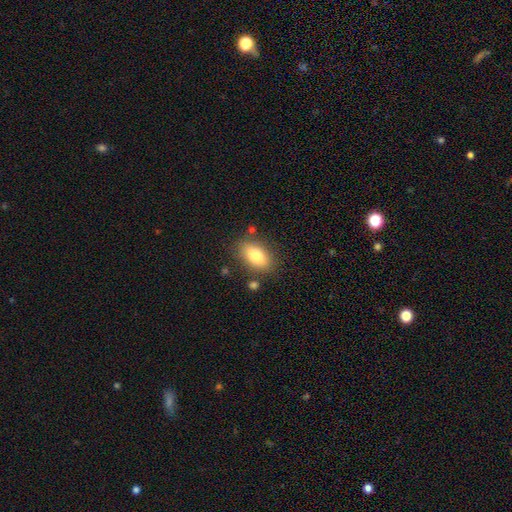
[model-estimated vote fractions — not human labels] smooth_or_featured: smooth (p=0.80) [alt: featured or disk p=0.12]
how_rounded: in between (p=0.88) [alt: round p=0.09]
merging: none (p=0.80) [alt: minor disturbance p=0.13]